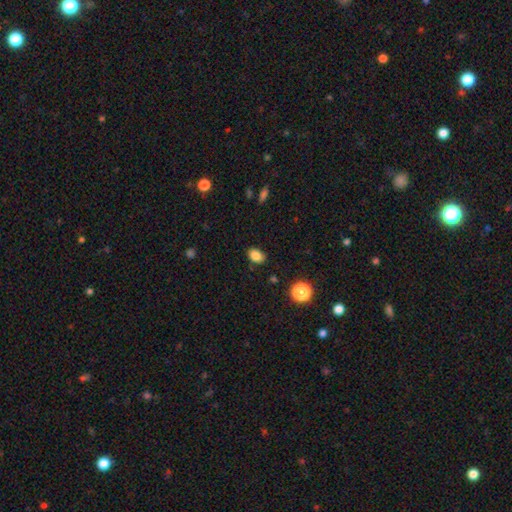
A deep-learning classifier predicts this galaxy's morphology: smooth_or_featured: smooth (p=0.84) [alt: star or artifact p=0.10]
how_rounded: in between (p=0.77) [alt: round p=0.22]
merging: none (p=0.84) [alt: minor disturbance p=0.12]